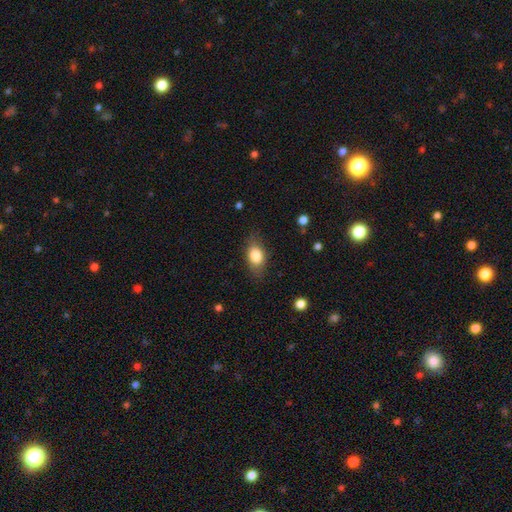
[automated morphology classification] The model was most divided on "merging": none: 77%, minor disturbance: 16%, major disturbance: 5%, merger: 1%. More confident: how rounded — in between (81%); smooth or featured — smooth (79%).